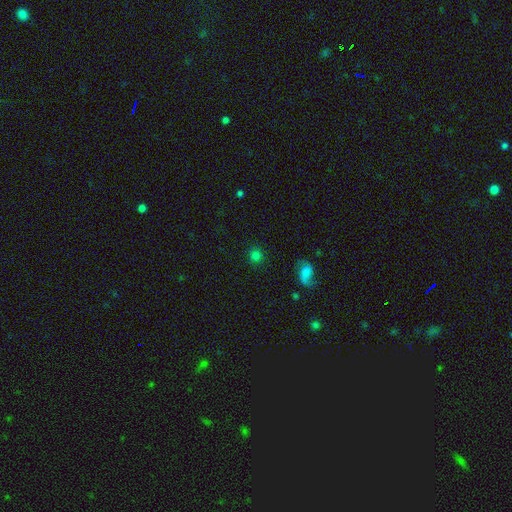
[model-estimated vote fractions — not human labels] This is likely a smooth galaxy (76%). How rounded: clearly round (89%). Merging: clearly none (88%).